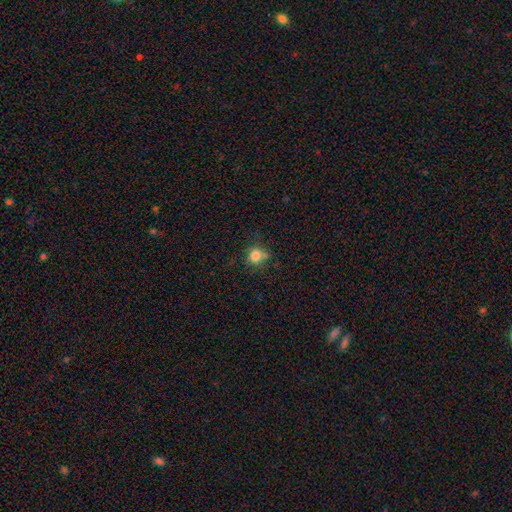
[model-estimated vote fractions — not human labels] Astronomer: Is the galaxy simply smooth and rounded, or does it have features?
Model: smooth — 81%.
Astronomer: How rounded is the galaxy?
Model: round — 82%.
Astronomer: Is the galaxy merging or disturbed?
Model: none — 64%.